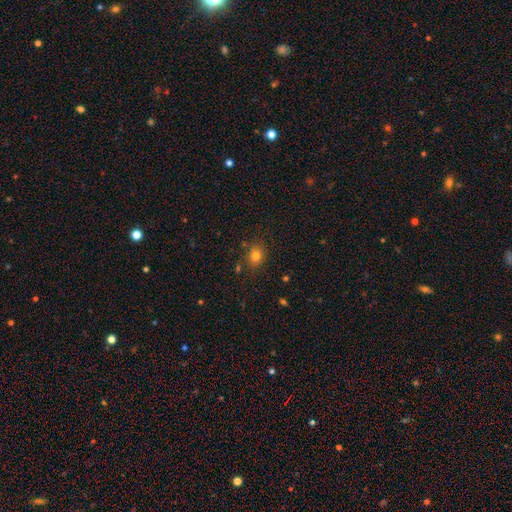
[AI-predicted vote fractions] This is likely a smooth galaxy (78%). How rounded: likely round (63%). Merging: clearly none (82%).